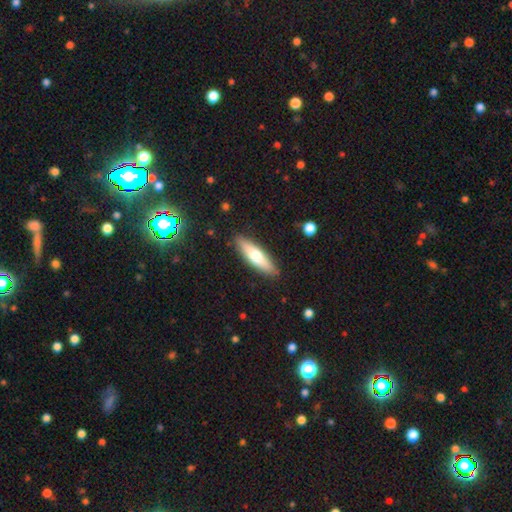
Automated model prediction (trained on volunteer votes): This is likely a smooth galaxy (64%). How rounded: likely cigar-shaped (67%). Merging: clearly none (88%).